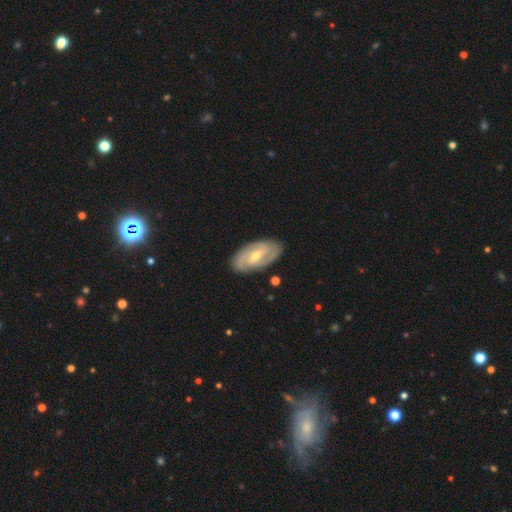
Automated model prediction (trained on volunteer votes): Q: Smooth or featured?
A: featured or disk (81%); runner-up: smooth (14%)
Q: Edge-on disk?
A: no (94%); runner-up: yes (6%)
Q: Bar?
A: weak (47%); runner-up: no (28%)
Q: Spiral arms?
A: yes (93%); runner-up: no (7%)
Q: Spiral winding?
A: tight (52%); runner-up: medium (36%)
Q: Spiral arm count?
A: 2 (59%); runner-up: can't tell (18%)
Q: Bulge size?
A: small (51%); runner-up: moderate (46%)
Q: Merging?
A: none (85%); runner-up: minor disturbance (11%)